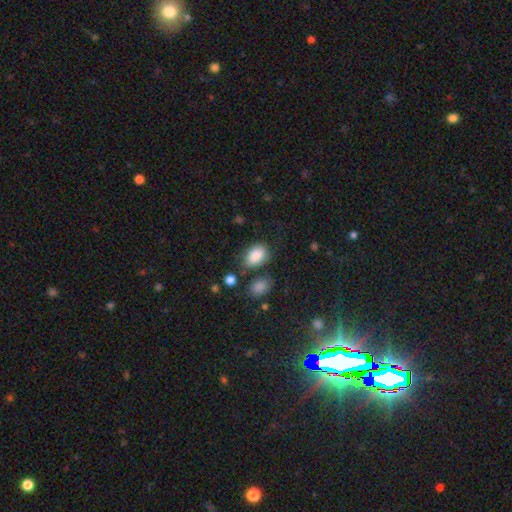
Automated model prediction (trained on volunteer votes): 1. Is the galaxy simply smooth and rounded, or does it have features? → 87% smooth, 8% star or artifact, 6% featured or disk.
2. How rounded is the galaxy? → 86% in between, 12% round, 1% cigar-shaped.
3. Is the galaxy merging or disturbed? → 61% none, 23% minor disturbance, 9% merger, 8% major disturbance.